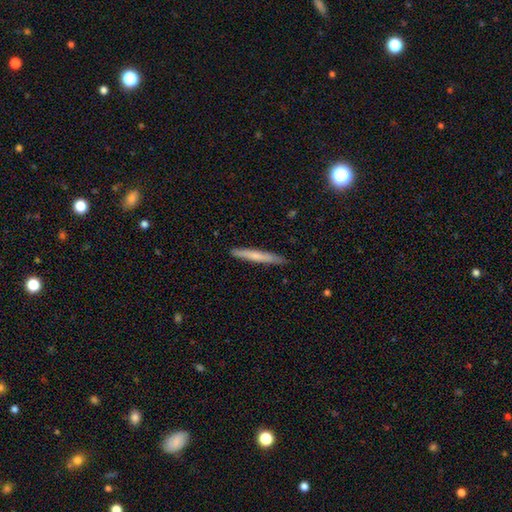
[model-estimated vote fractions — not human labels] This appears to be a smooth galaxy with no disk features (63%) that is cigar-shaped (96%). Merging: none (89%).